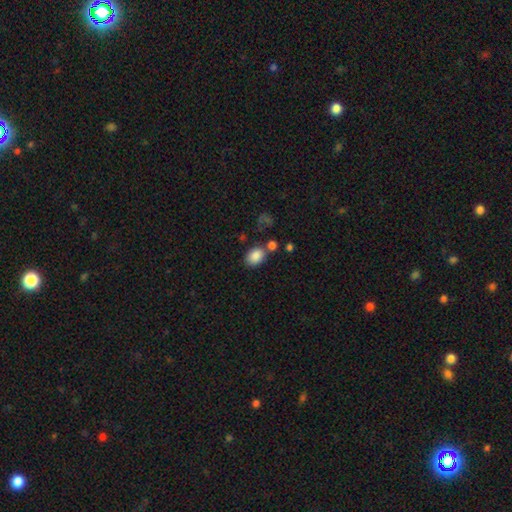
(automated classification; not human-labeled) Morphology: type=smooth (86%); roundness=in between (76%); merging=none (63%).